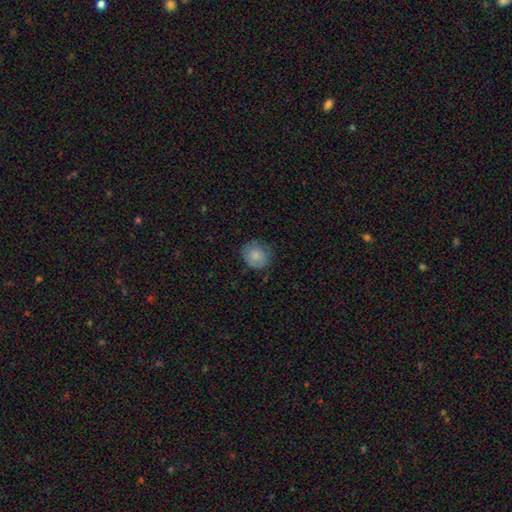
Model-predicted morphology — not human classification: type=smooth (82%); roundness=round (80%); merging=none (75%).